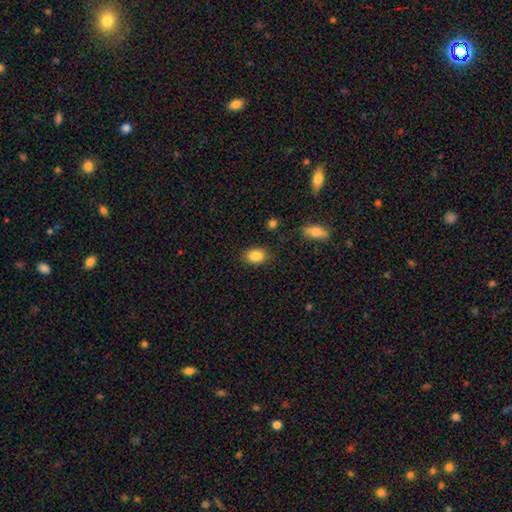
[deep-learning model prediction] A smooth galaxy with no disk features (86%) that is in between round and cigar-shaped (74%).

Vote fractions:
- Smooth or featured? smooth: 86% / star or artifact: 8% / featured or disk: 6%
- How rounded? in between: 74% / round: 25% / cigar-shaped: 1%
- Merging? none: 85% / minor disturbance: 10% / major disturbance: 3% / merger: 2%